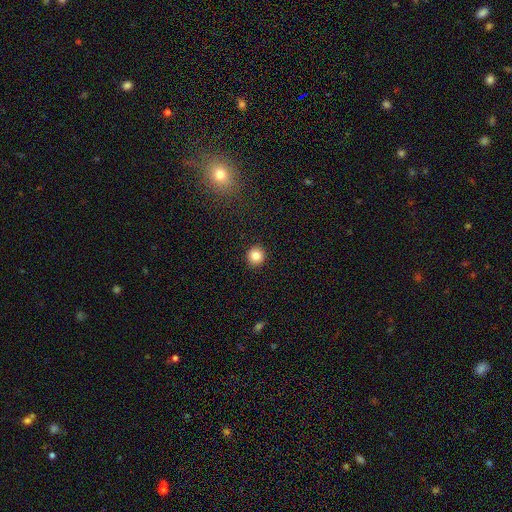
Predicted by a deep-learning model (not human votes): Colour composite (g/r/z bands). It shows a smooth galaxy with no disk features (84%) that is round (92%). Merging: none (93%).